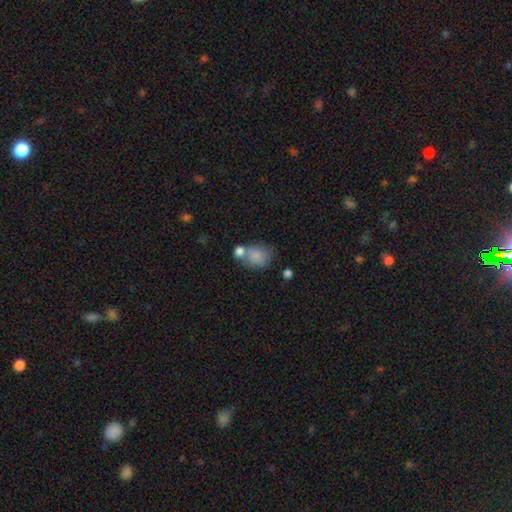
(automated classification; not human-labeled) This appears to be a smooth galaxy with no disk features (82%) that is in between round and cigar-shaped (50%). Merging: none (45%).